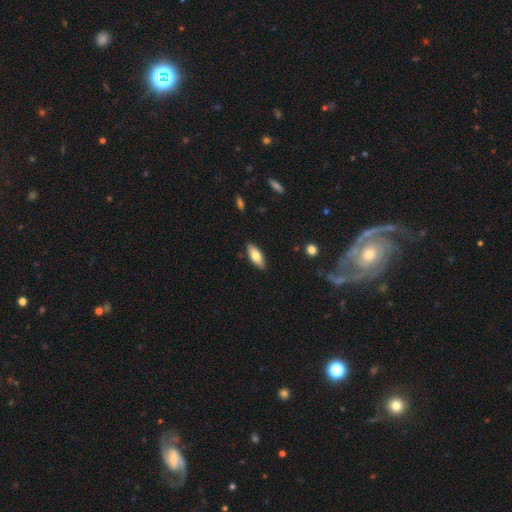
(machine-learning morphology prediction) Smooth or featured?
  - smooth: 73% *
  - featured or disk: 21%
  - star or artifact: 6%
How rounded?
  - in between: 75% *
  - cigar-shaped: 22%
  - round: 2%
Merging?
  - none: 87% *
  - minor disturbance: 10%
  - major disturbance: 2%
  - merger: 1%